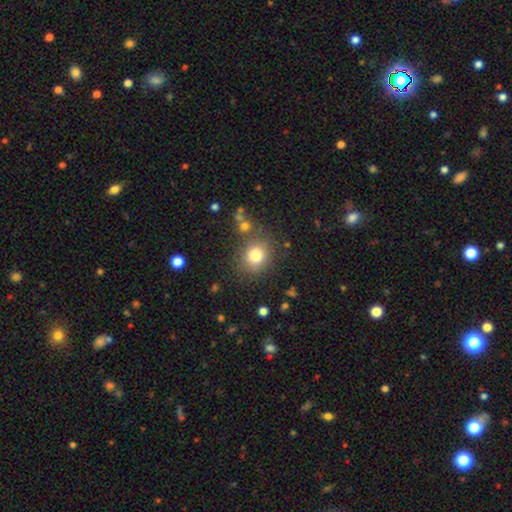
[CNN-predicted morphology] Smooth or featured? Predicted: smooth (p=0.79). How rounded? Predicted: round (p=0.77). Merging? Predicted: none (p=0.78).